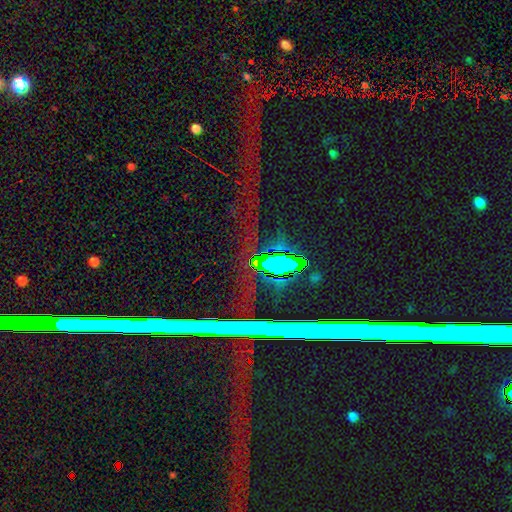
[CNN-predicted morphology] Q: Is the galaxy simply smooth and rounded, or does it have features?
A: star or artifact — 74%.